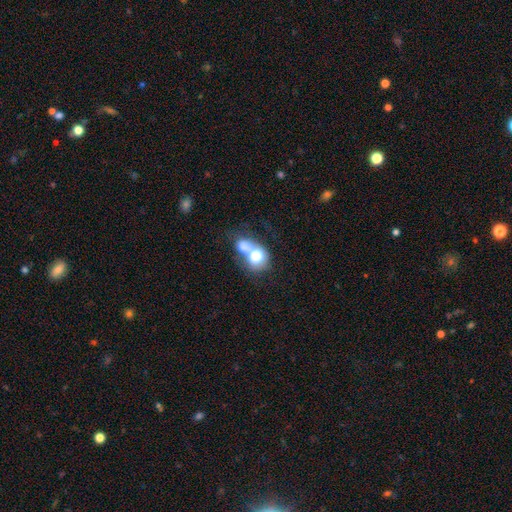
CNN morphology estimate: A smooth galaxy with no disk features (66%) that is round (52%).

Vote fractions:
- Smooth or featured? smooth: 66% / featured or disk: 24% / star or artifact: 10%
- How rounded? round: 52% / in between: 46% / cigar-shaped: 1%
- Merging? merger: 70% / none: 16% / major disturbance: 8% / minor disturbance: 7%